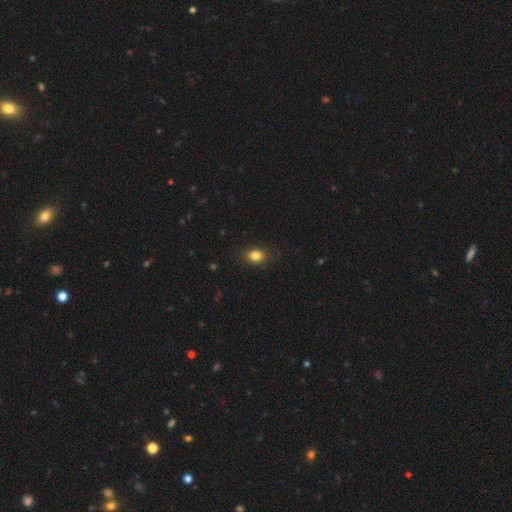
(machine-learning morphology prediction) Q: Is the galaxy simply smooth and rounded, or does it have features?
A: smooth — 84%.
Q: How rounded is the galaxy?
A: in between — 63%.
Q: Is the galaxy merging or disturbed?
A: none — 86%.